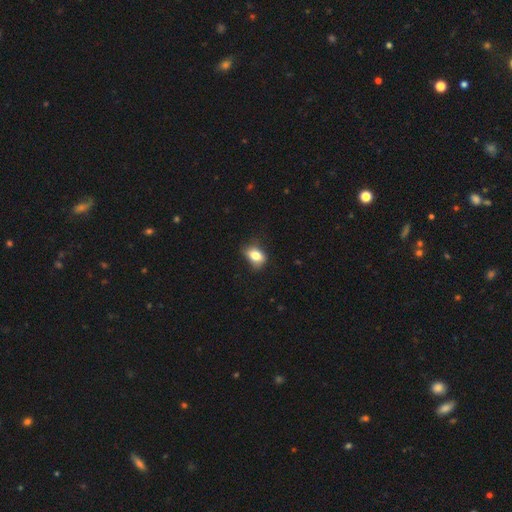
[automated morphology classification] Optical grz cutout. It shows a smooth galaxy with no disk features (78%) that is in between round and cigar-shaped (76%). Merging: none (60%).